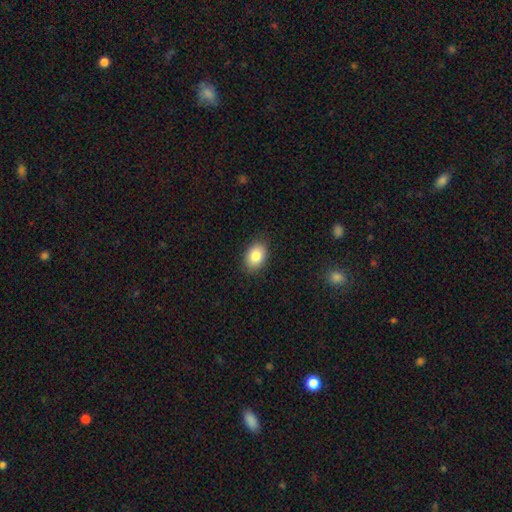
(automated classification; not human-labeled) smooth 85%, star or artifact 8%, featured or disk 8%. Down the decision tree: how rounded — in between (82%); merging — none (87%).